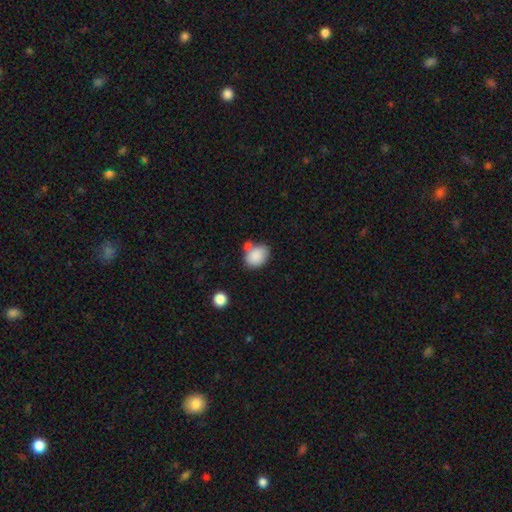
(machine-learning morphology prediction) Overall: smooth (87%). How rounded: in between (71%). Merging: none (59%).